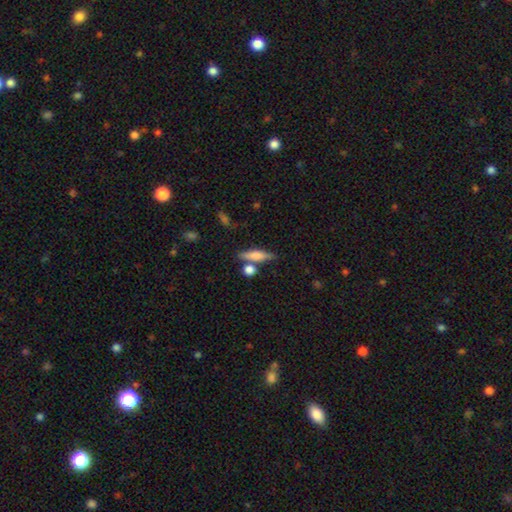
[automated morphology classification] type=smooth (63%); roundness=cigar-shaped (67%); merging=none (69%).